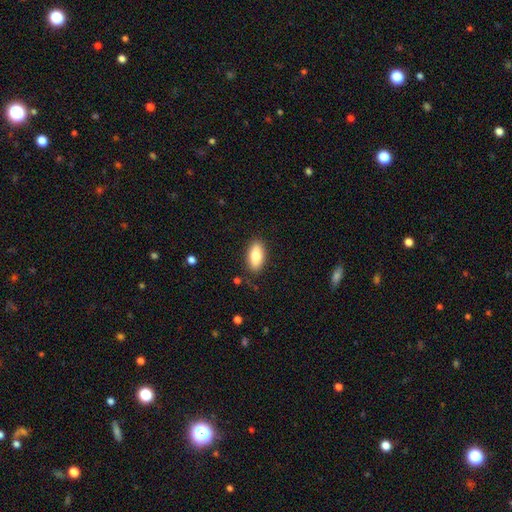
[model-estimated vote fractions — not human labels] Smooth or featured? Predicted: smooth (p=0.83). How rounded? Predicted: in between (p=0.87). Merging? Predicted: none (p=0.85).